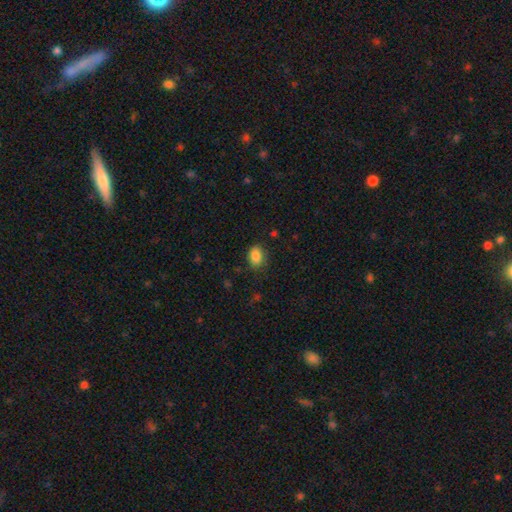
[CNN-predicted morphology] type=smooth (86%); roundness=in between (78%); merging=none (80%).